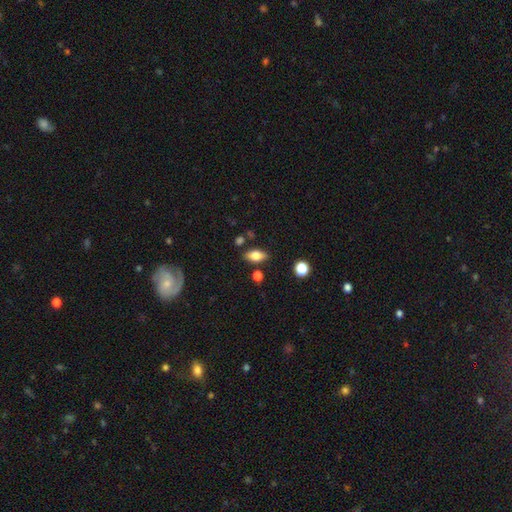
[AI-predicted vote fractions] The model was most divided on "smooth or featured": smooth: 72%, featured or disk: 20%, star or artifact: 8%. More confident: how rounded — in between (85%); merging — none (81%).